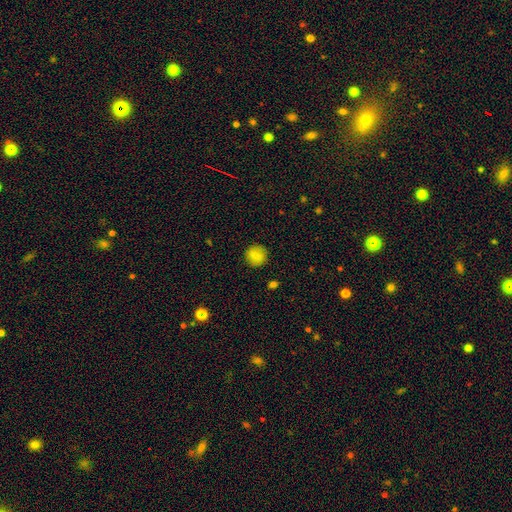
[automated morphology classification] A smooth galaxy with no disk features (84%) that is round (88%). Merging: none (89%).